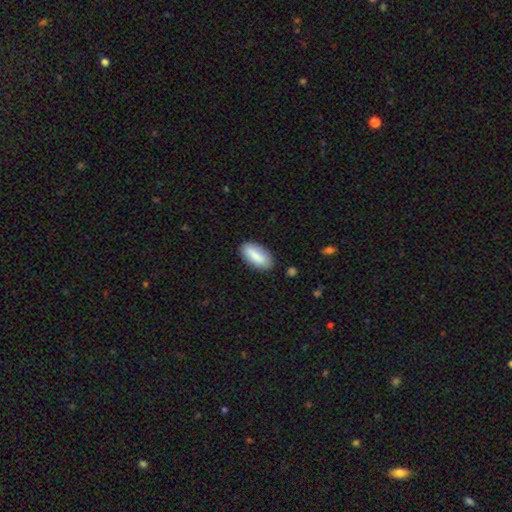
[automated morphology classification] A smooth galaxy with no disk features (83%) that is in between round and cigar-shaped (86%).

Vote fractions:
- Smooth or featured? smooth: 83% / featured or disk: 11% / star or artifact: 6%
- How rounded? in between: 86% / cigar-shaped: 12% / round: 2%
- Merging? none: 84% / minor disturbance: 12% / major disturbance: 3% / merger: 2%